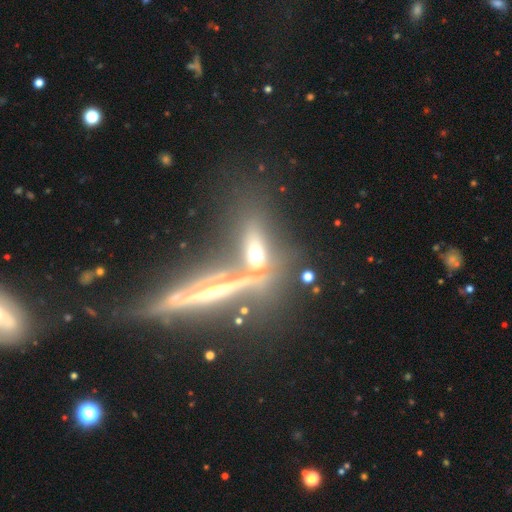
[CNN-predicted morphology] This appears to be a featured or disk galaxy (56%) viewed edge-on (82%). Merging: none (44%).